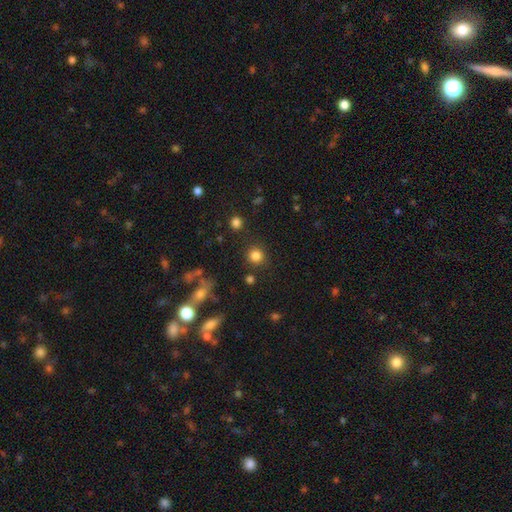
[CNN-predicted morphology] Smooth or featured? Predicted: smooth (p=0.82). How rounded? Predicted: round (p=0.92). Merging? Predicted: none (p=0.86).